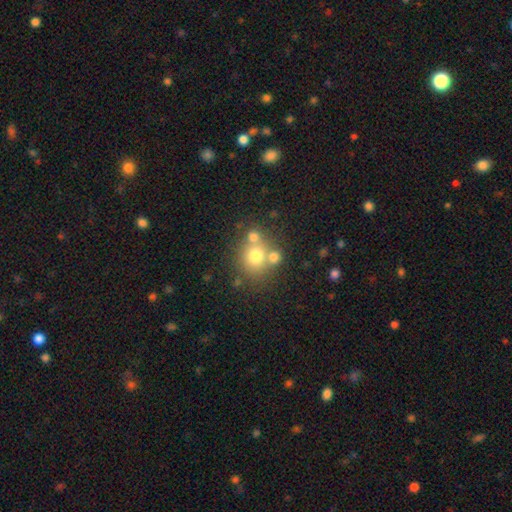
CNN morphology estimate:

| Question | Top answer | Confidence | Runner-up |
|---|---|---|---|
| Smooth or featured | smooth | 68% | featured or disk (17%) |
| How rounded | round | 81% | in between (18%) |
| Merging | none | 53% | merger (34%) |